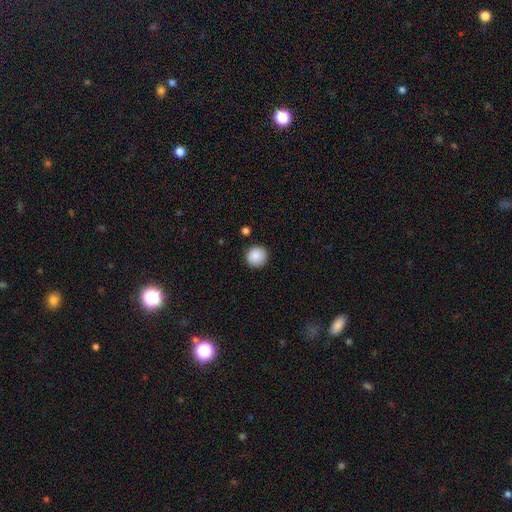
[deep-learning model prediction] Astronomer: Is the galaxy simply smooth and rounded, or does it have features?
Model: smooth — 88%.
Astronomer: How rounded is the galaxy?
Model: round — 95%.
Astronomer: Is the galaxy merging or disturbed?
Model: none — 90%.